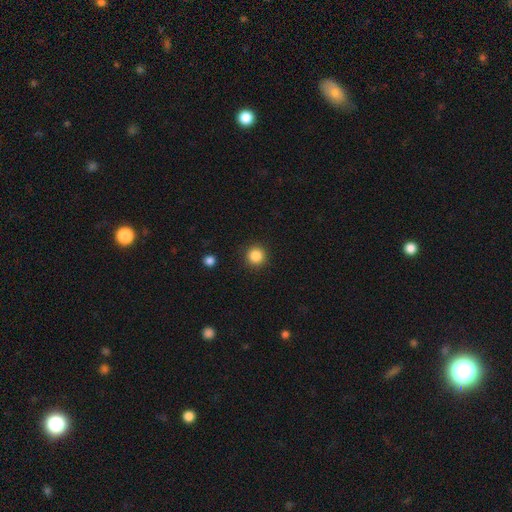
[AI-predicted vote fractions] smooth-or-featured: smooth: 86% | star or artifact: 10% | featured or disk: 4%
  how-rounded: round: 95% | in between: 4% | cigar-shaped: 1%
  merging: none: 91% | minor disturbance: 5% | major disturbance: 2% | merger: 1%